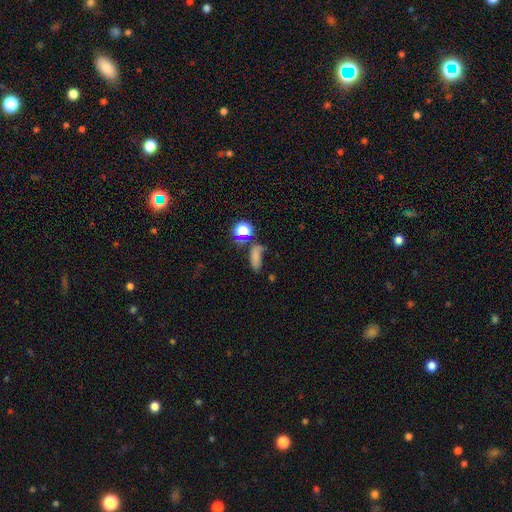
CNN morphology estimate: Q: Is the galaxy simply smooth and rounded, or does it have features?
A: smooth — 67%.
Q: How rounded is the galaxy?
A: in between — 65%.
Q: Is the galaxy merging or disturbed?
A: none — 46%.